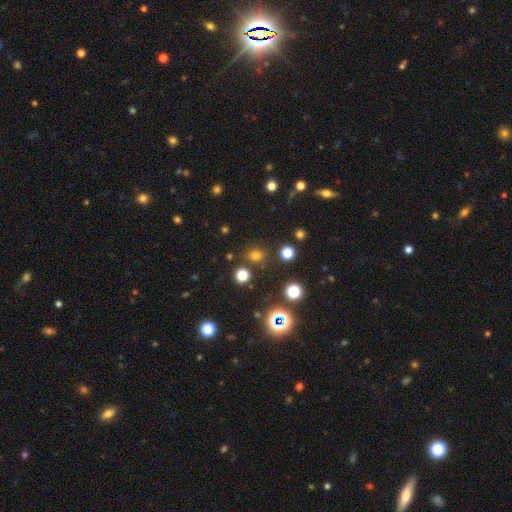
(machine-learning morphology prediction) The model was most divided on "smooth or featured": smooth: 69%, star or artifact: 25%, featured or disk: 6%. More confident: how rounded — round (87%); merging — none (85%).